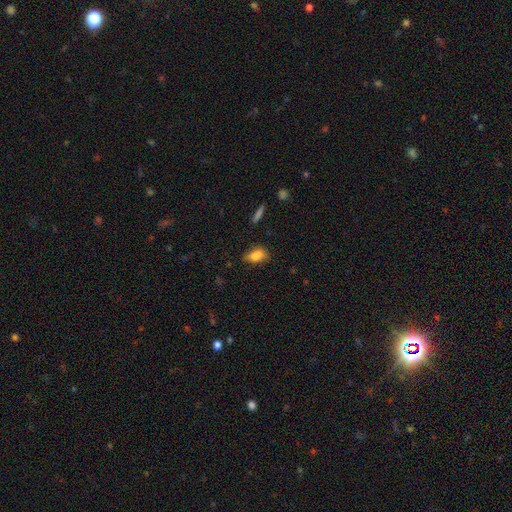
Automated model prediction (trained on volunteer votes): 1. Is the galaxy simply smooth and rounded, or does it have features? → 78% smooth, 13% featured or disk, 9% star or artifact.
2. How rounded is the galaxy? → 84% in between, 9% round, 7% cigar-shaped.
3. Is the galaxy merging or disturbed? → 59% none, 27% minor disturbance, 7% merger, 7% major disturbance.